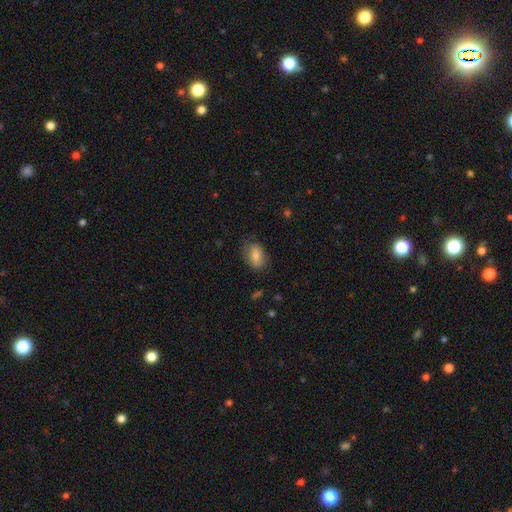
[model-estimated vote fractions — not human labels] A smooth galaxy with no disk features (78%) that is in between round and cigar-shaped (83%). Merging: none (74%).